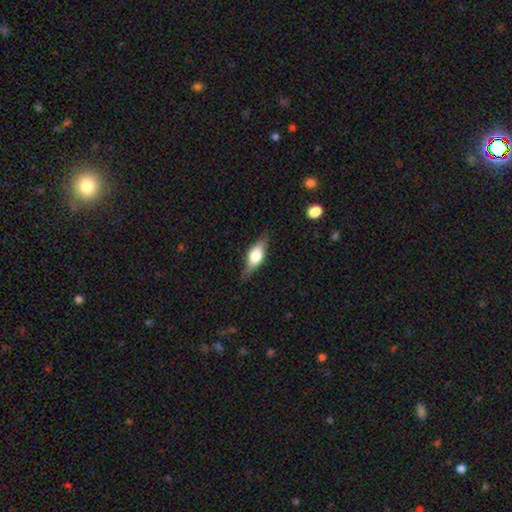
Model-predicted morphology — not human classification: smooth_or_featured: featured or disk (p=0.51) [alt: smooth p=0.42]
disk_edge_on: yes (p=0.92) [alt: no p=0.08]
merging: none (p=0.80) [alt: minor disturbance p=0.15]